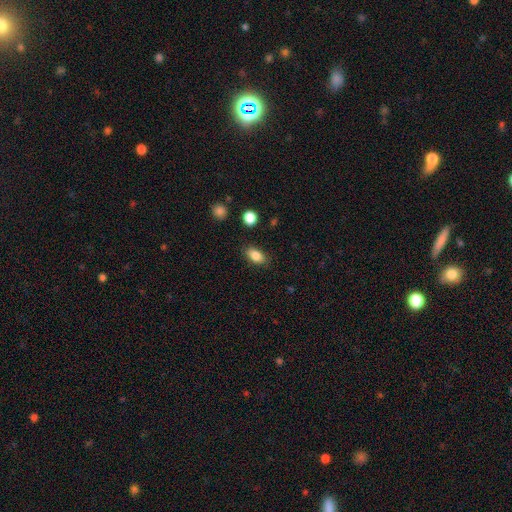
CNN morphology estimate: This is clearly a smooth galaxy (85%). How rounded: clearly in between (88%). Merging: clearly none (84%).